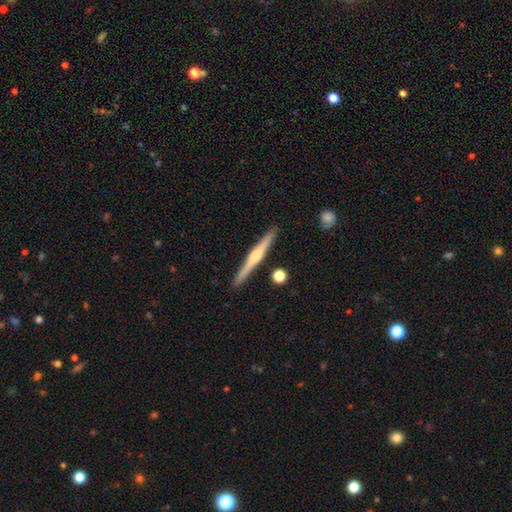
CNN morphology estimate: A featured or disk galaxy (71%) viewed edge-on (98%) with a rounded central bulge (76%). Merging: none (90%).